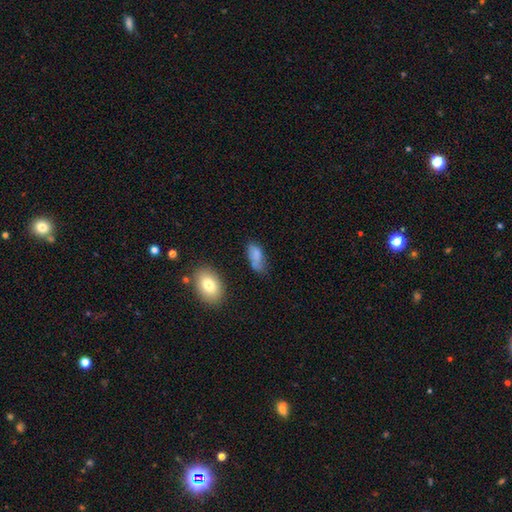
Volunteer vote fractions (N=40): smooth_or_featured: smooth (p=0.80) [alt: star or artifact p=0.12]
how_rounded: in between (p=0.72) [alt: cigar-shaped p=0.28]
merging: none (p=0.46) [alt: minor disturbance p=0.37]